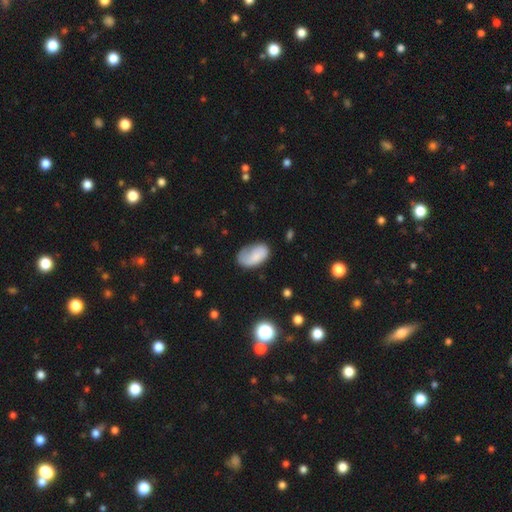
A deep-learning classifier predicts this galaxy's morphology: Smooth or featured: smooth — 69% (featured or disk — 23%)
How rounded: in between — 92% (round — 6%)
Merging: none — 47% (minor disturbance — 31%)